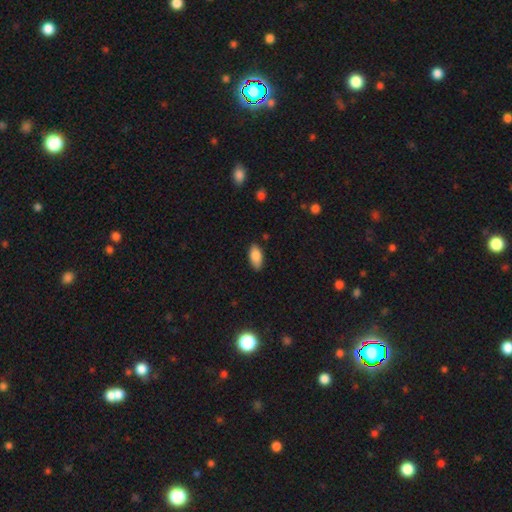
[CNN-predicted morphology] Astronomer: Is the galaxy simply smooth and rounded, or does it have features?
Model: smooth — 85%.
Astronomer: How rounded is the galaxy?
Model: in between — 91%.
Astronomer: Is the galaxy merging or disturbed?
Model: none — 83%.